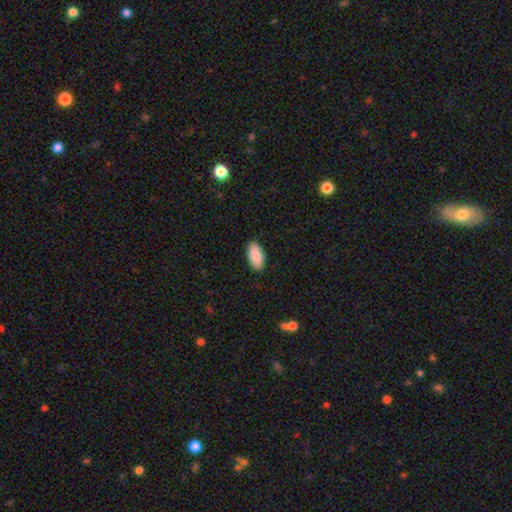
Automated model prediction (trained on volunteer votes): Smooth or featured? Predicted: smooth (p=0.89). How rounded? Predicted: in between (p=0.94). Merging? Predicted: none (p=0.89).